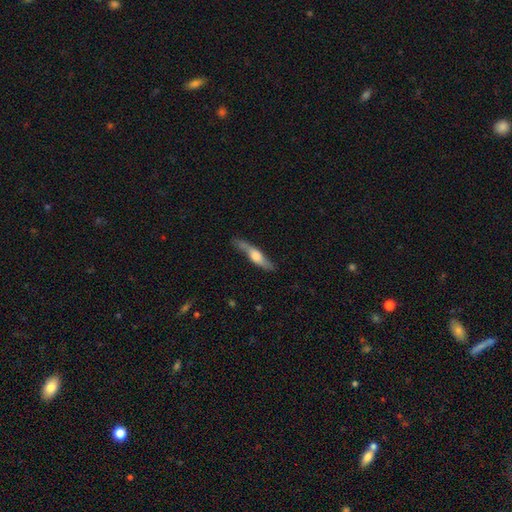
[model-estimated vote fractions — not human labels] Smooth or featured?
  - featured or disk: 54% *
  - smooth: 40%
  - star or artifact: 6%
Edge-on disk?
  - yes: 81% *
  - no: 19%
Merging?
  - none: 71% *
  - minor disturbance: 21%
  - major disturbance: 5%
  - merger: 3%